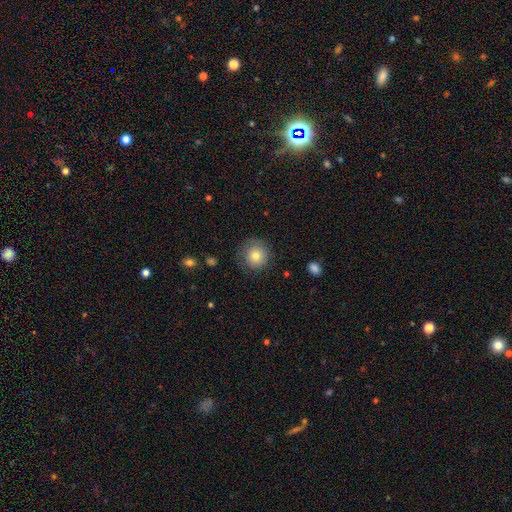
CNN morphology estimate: This appears to be a smooth galaxy with no disk features (77%) that is round (94%). Merging: none (81%).